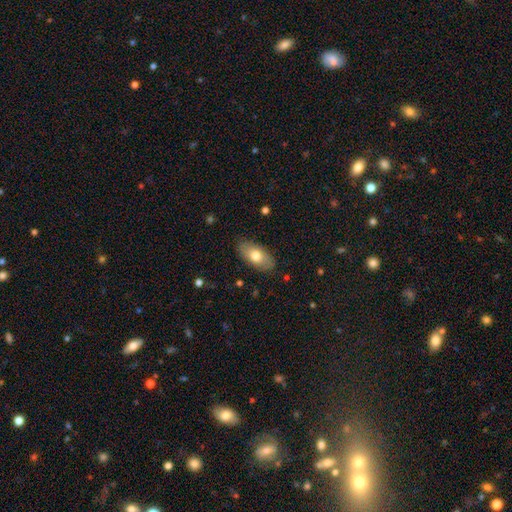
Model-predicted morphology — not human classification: Overall: smooth (71%). How rounded: in between (91%). Merging: none (85%).